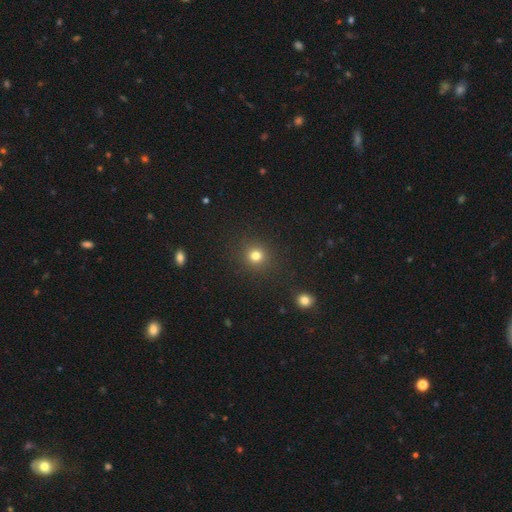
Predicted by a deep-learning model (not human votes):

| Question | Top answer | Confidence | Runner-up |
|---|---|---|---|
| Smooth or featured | smooth | 79% | star or artifact (16%) |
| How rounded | round | 91% | in between (8%) |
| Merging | none | 90% | minor disturbance (6%) |